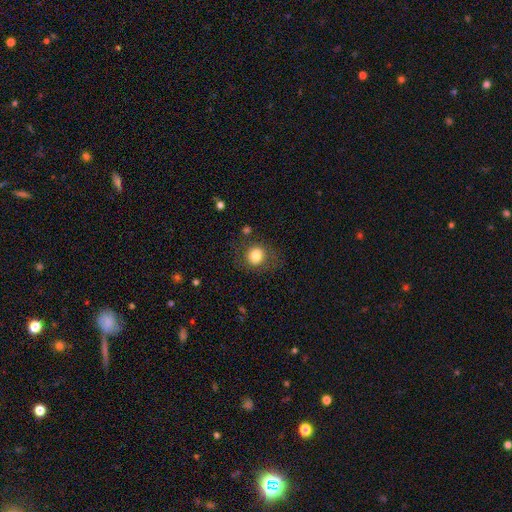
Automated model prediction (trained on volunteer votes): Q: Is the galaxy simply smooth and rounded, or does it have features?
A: smooth — 80%.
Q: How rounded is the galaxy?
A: round — 79%.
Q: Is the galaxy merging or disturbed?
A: none — 76%.